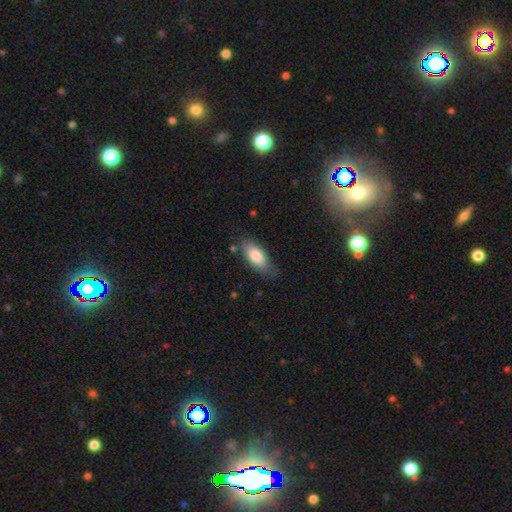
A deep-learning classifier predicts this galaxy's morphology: Q: Smooth or featured?
A: smooth (81%); runner-up: featured or disk (13%)
Q: How rounded?
A: in between (86%); runner-up: cigar-shaped (12%)
Q: Merging?
A: none (71%); runner-up: minor disturbance (22%)